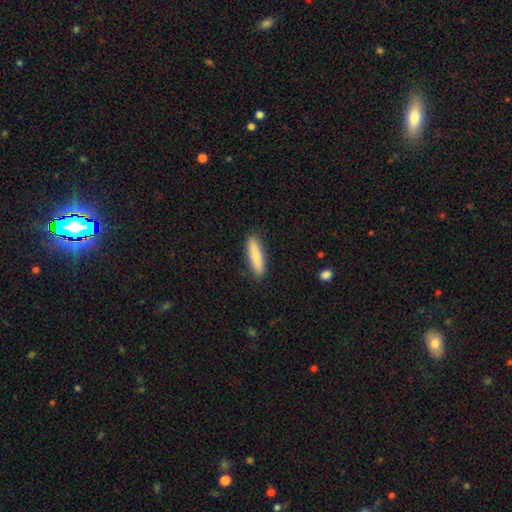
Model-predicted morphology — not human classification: smooth_or_featured: smooth (p=0.81) [alt: featured or disk p=0.13]
how_rounded: cigar-shaped (p=0.77) [alt: in between p=0.21]
merging: none (p=0.88) [alt: minor disturbance p=0.09]